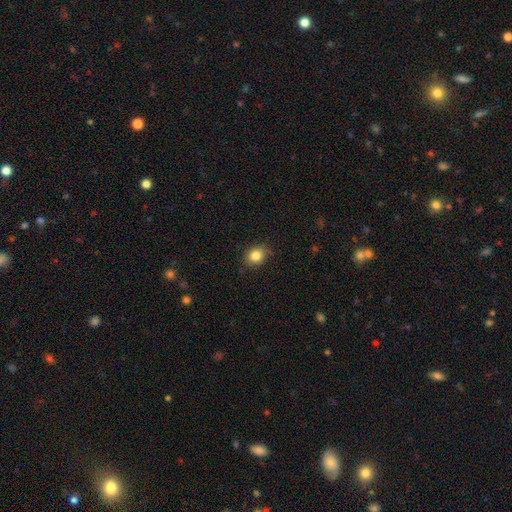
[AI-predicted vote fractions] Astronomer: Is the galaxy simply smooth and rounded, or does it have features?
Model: smooth — 84%.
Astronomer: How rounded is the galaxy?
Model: round — 52% (runner-up: in between, 47%).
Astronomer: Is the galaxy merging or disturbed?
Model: none — 83%.